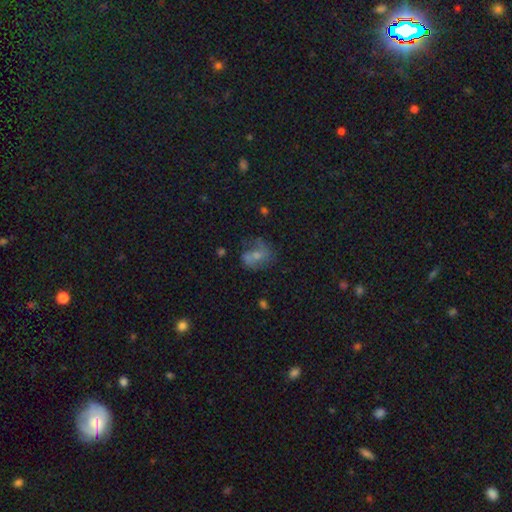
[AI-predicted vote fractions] This appears to be a featured or disk galaxy (48%). Merging: none (49%).